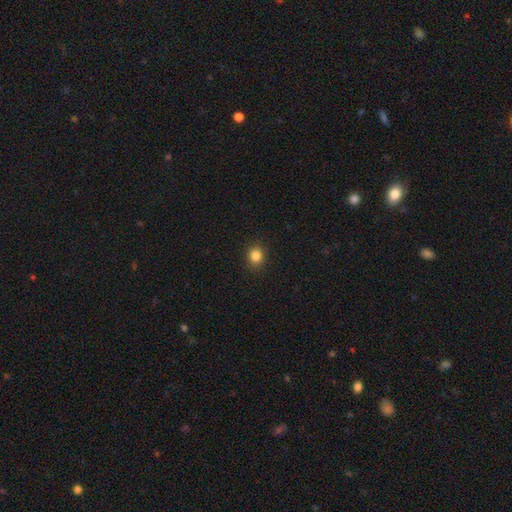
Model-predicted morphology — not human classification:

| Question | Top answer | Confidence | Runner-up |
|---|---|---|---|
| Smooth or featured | smooth | 85% | star or artifact (11%) |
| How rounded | round | 75% | in between (24%) |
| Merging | none | 90% | minor disturbance (7%) |